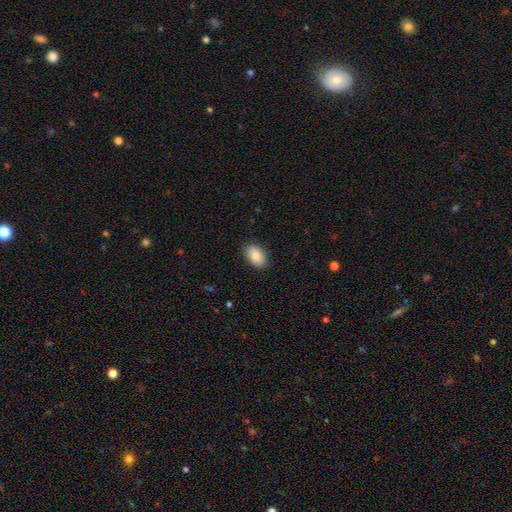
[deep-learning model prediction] Smooth or featured? smooth (87%)
How rounded? in between (91%)
Merging? none (87%)